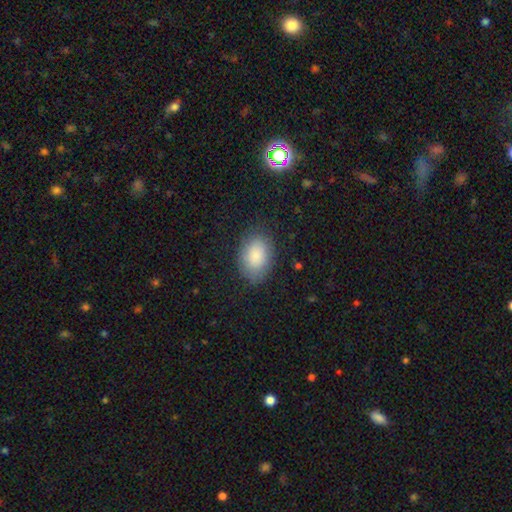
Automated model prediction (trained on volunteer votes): smooth-or-featured: smooth: 83% | featured or disk: 9% | star or artifact: 7%
  how-rounded: in between: 85% | round: 14% | cigar-shaped: 1%
  merging: none: 78% | minor disturbance: 16% | major disturbance: 6% | merger: 1%